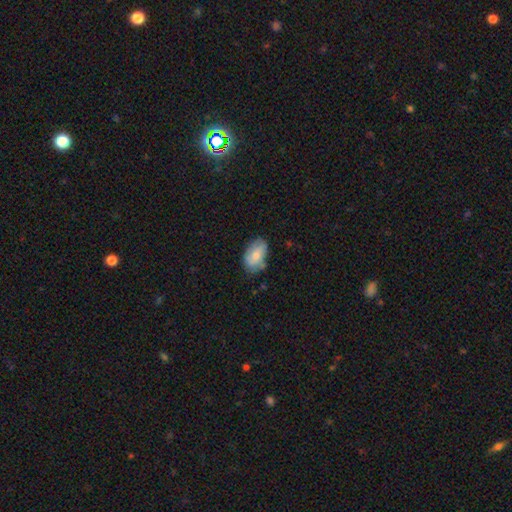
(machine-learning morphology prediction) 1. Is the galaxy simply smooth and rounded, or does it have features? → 69% smooth, 24% featured or disk, 7% star or artifact.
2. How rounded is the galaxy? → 90% in between, 8% round, 2% cigar-shaped.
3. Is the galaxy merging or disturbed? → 65% none, 27% minor disturbance, 6% major disturbance, 2% merger.